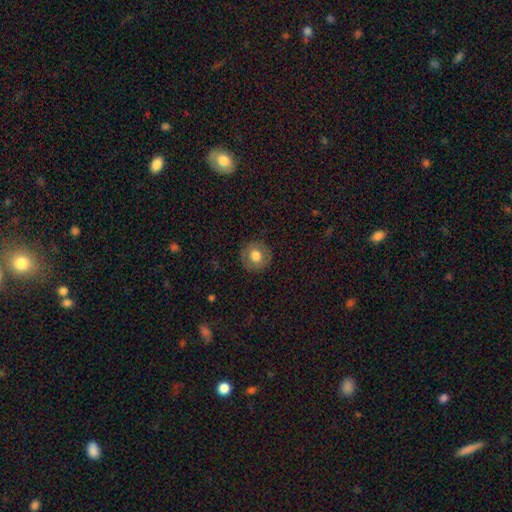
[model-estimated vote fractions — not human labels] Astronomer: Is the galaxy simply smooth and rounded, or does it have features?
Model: smooth — 72%.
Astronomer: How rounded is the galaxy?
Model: round — 93%.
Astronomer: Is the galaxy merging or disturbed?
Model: none — 87%.